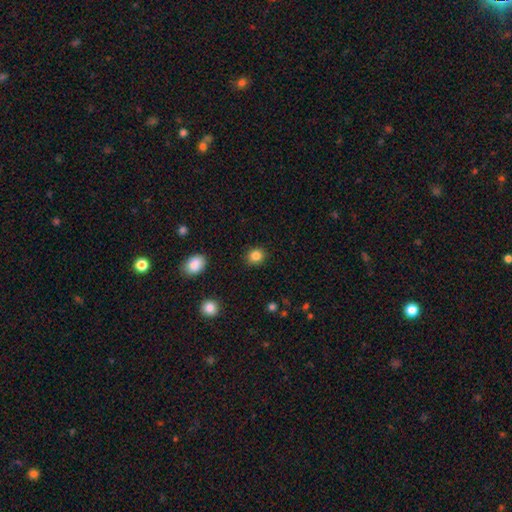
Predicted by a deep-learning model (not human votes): The model was most divided on "how rounded": round: 77%, in between: 22%, cigar-shaped: 1%. More confident: merging — none (89%); smooth or featured — smooth (85%).